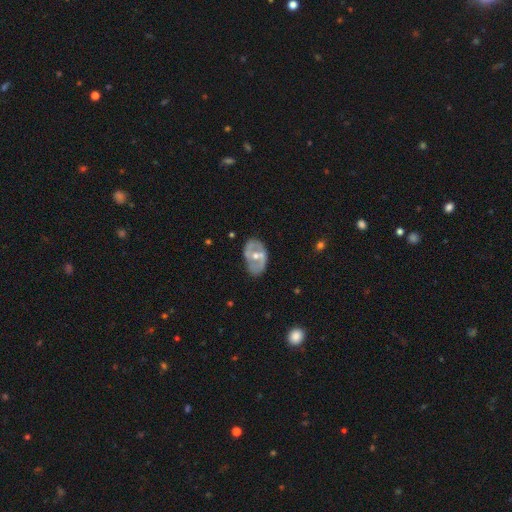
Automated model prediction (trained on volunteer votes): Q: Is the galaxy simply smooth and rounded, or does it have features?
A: featured or disk — 75%.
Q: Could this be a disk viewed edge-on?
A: no — 94%.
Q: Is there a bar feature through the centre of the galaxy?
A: weak — 39%.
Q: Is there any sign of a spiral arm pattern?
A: yes — 59%.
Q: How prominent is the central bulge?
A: moderate — 64%.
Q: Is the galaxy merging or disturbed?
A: none — 73%.